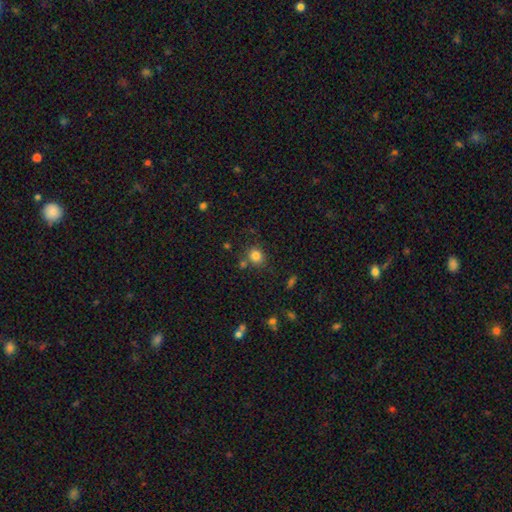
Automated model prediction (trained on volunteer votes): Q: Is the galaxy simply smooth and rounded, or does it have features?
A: smooth — 81%.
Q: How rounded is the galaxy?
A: round — 75%.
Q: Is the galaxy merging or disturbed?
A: none — 72%.